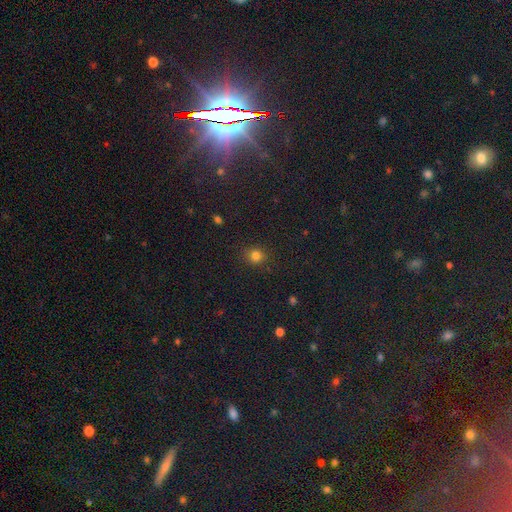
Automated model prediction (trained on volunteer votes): Q: Smooth or featured?
A: smooth (81%); runner-up: star or artifact (15%)
Q: How rounded?
A: round (84%); runner-up: in between (15%)
Q: Merging?
A: none (87%); runner-up: minor disturbance (9%)